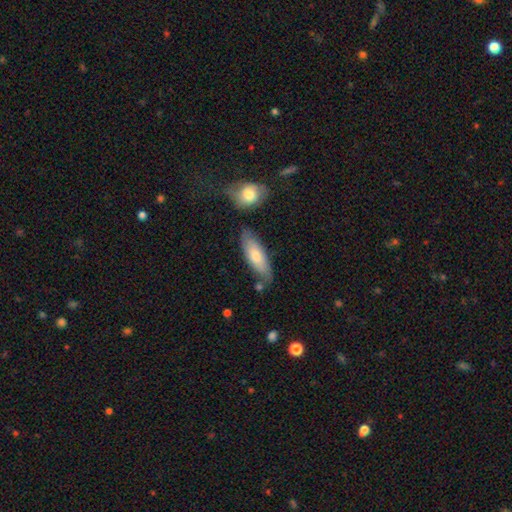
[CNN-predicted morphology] Q: Smooth or featured?
A: smooth (71%); runner-up: featured or disk (24%)
Q: How rounded?
A: in between (62%); runner-up: cigar-shaped (36%)
Q: Merging?
A: none (69%); runner-up: minor disturbance (18%)